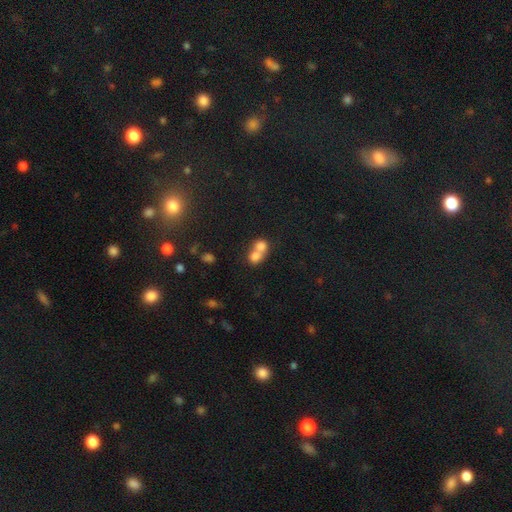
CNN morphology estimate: Smooth or featured?
  - smooth: 74% *
  - featured or disk: 16%
  - star or artifact: 11%
How rounded?
  - round: 66% *
  - in between: 33%
  - cigar-shaped: 1%
Merging?
  - merger: 73% *
  - none: 20%
  - minor disturbance: 4%
  - major disturbance: 3%